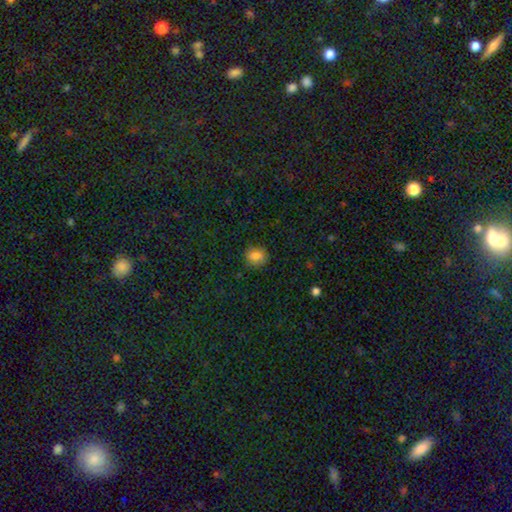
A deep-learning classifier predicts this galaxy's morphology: A smooth galaxy with no disk features (83%) that is round (72%).

Vote fractions:
- Smooth or featured? smooth: 83% / star or artifact: 11% / featured or disk: 6%
- How rounded? round: 72% / in between: 27% / cigar-shaped: 1%
- Merging? none: 85% / minor disturbance: 11% / major disturbance: 3% / merger: 1%